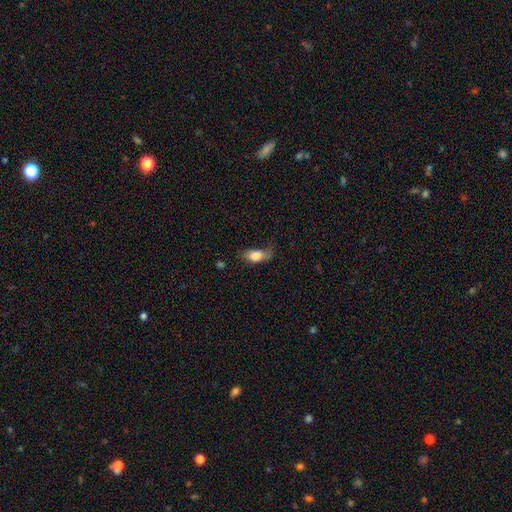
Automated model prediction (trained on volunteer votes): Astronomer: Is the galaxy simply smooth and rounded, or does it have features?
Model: smooth — 79%.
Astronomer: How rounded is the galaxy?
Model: in between — 86%.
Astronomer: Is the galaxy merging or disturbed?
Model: none — 41% (runner-up: minor disturbance, 35%).